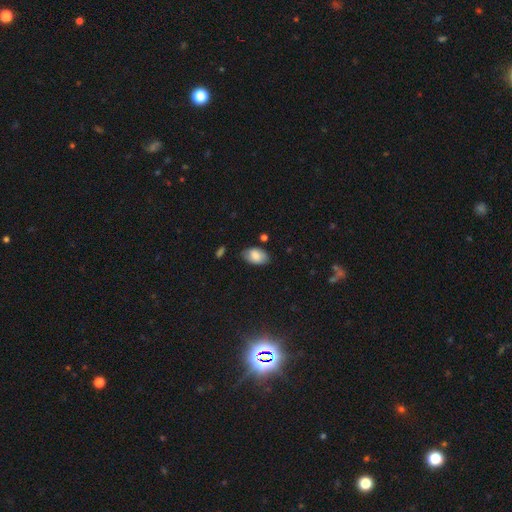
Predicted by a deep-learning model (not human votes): smooth_or_featured: smooth (p=0.81) [alt: featured or disk p=0.11]
how_rounded: in between (p=0.93) [alt: round p=0.06]
merging: none (p=0.77) [alt: minor disturbance p=0.18]